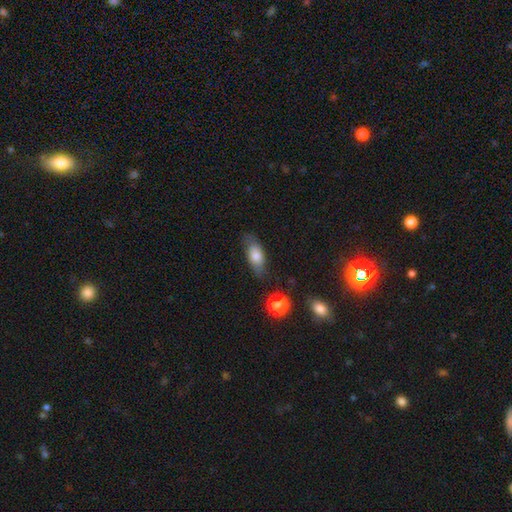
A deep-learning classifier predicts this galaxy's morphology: This appears to be a smooth galaxy with no disk features (75%) that is in between round and cigar-shaped (80%). Merging: none (71%).